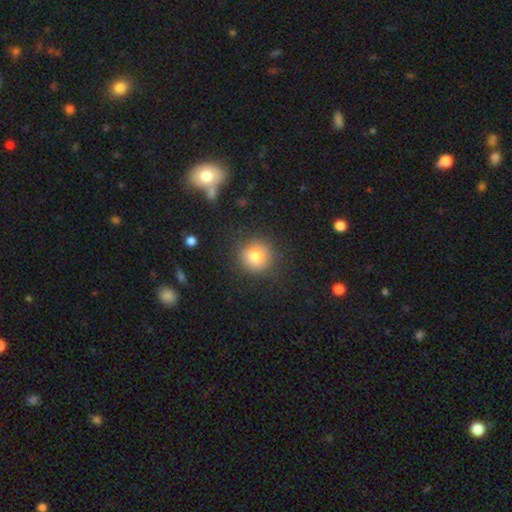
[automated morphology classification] Smooth or featured: smooth — 79% (star or artifact — 12%)
How rounded: round — 93% (in between — 6%)
Merging: none — 86% (minor disturbance — 9%)